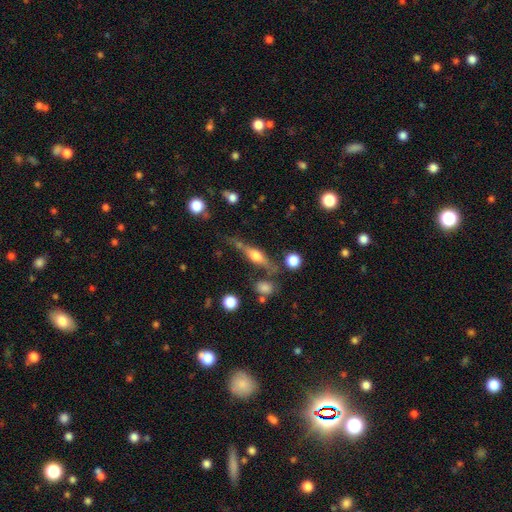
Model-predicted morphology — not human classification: type=featured or disk (62%); edge-on=yes (92%); edge-on bulge=rounded (90%); merging=none (66%).